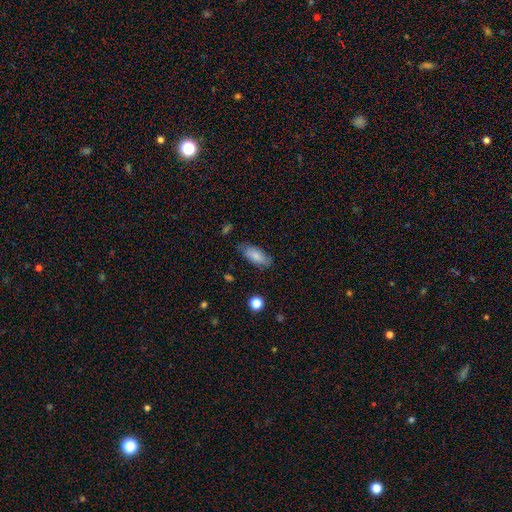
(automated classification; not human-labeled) This appears to be a smooth galaxy with no disk features (79%) that is in between round and cigar-shaped (83%). Merging: none (76%).